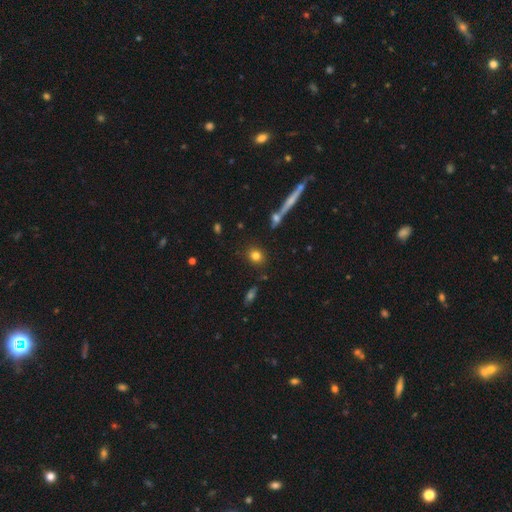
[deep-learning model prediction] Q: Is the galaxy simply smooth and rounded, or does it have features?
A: smooth — 80%.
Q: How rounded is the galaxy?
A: round — 74%.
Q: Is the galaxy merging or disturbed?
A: none — 84%.